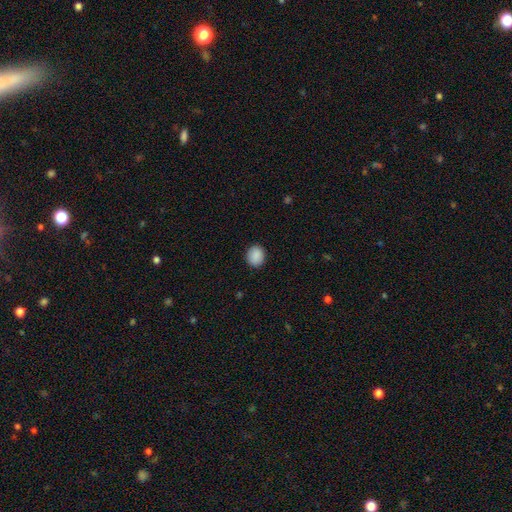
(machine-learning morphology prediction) A smooth galaxy with no disk features (89%) that is round (70%).

Vote fractions:
- Smooth or featured? smooth: 89% / star or artifact: 8% / featured or disk: 3%
- How rounded? round: 70% / in between: 29% / cigar-shaped: 1%
- Merging? none: 90% / minor disturbance: 7% / major disturbance: 2% / merger: 1%